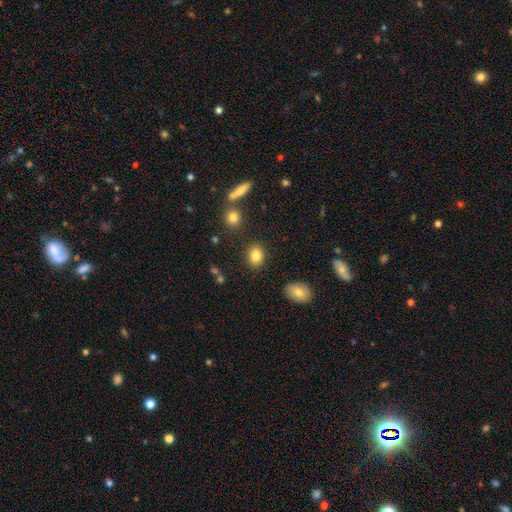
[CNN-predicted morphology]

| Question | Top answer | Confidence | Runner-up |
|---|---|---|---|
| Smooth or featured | smooth | 84% | star or artifact (9%) |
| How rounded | in between | 64% | round (34%) |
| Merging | none | 85% | minor disturbance (9%) |